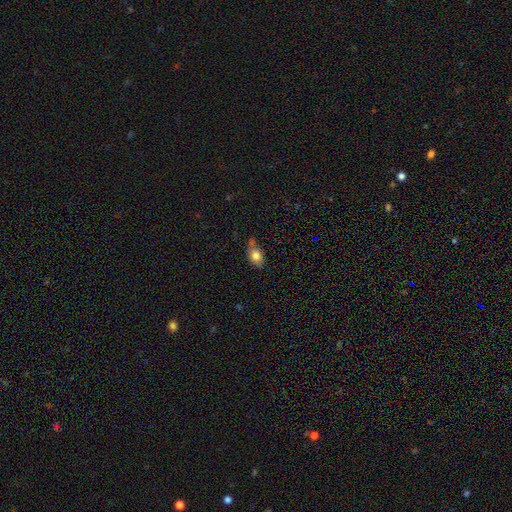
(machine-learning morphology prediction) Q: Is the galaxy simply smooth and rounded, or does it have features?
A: smooth — 78%.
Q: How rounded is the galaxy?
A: in between — 85%.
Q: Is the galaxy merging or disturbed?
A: none — 53%.